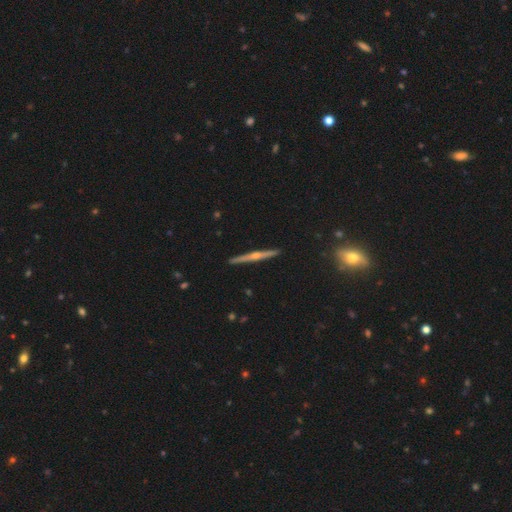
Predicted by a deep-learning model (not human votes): This appears to be a featured or disk galaxy (79%) viewed edge-on (98%) with a rounded central bulge (84%). Merging: none (92%).